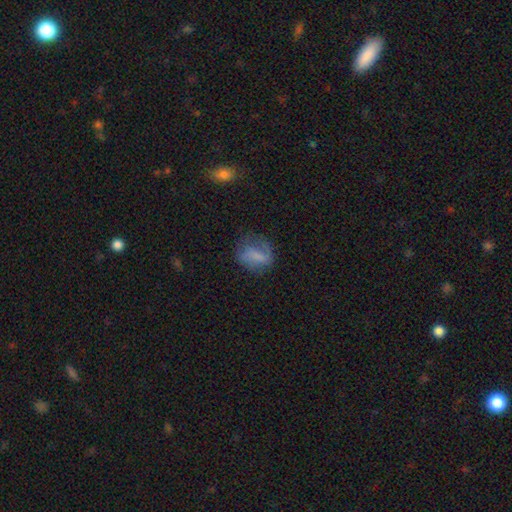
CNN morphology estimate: Smooth or featured? smooth (54%)
How rounded? in between (60%)
Merging? none (51%)